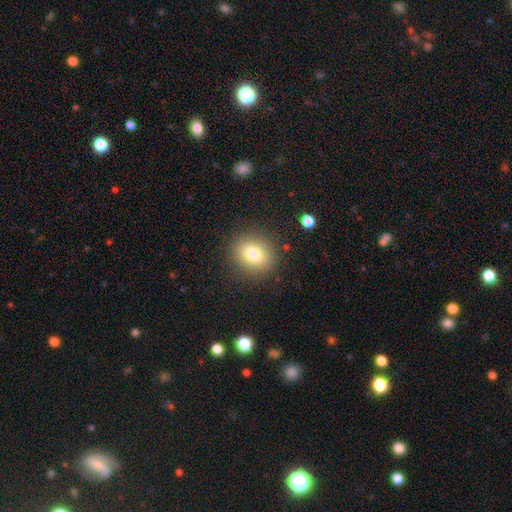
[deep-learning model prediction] A smooth galaxy with no disk features (79%) that is round (70%).

Vote fractions:
- Smooth or featured? smooth: 79% / star or artifact: 11% / featured or disk: 10%
- How rounded? round: 70% / in between: 30% / cigar-shaped: 1%
- Merging? none: 87% / minor disturbance: 8% / major disturbance: 3% / merger: 1%